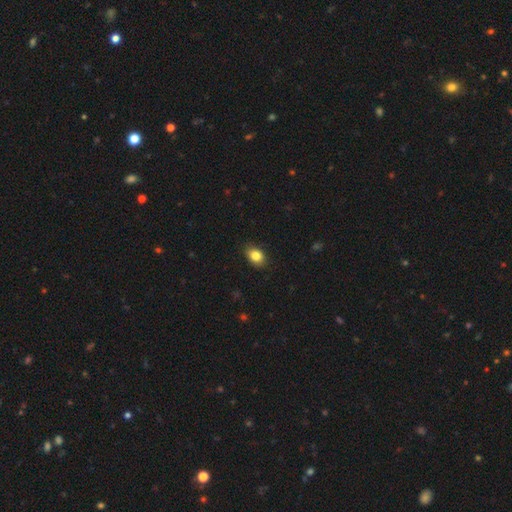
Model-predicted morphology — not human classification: A smooth galaxy with no disk features (84%) that is in between round and cigar-shaped (71%).

Vote fractions:
- Smooth or featured? smooth: 84% / star or artifact: 9% / featured or disk: 7%
- How rounded? in between: 71% / round: 28% / cigar-shaped: 1%
- Merging? none: 85% / minor disturbance: 12% / major disturbance: 2% / merger: 1%